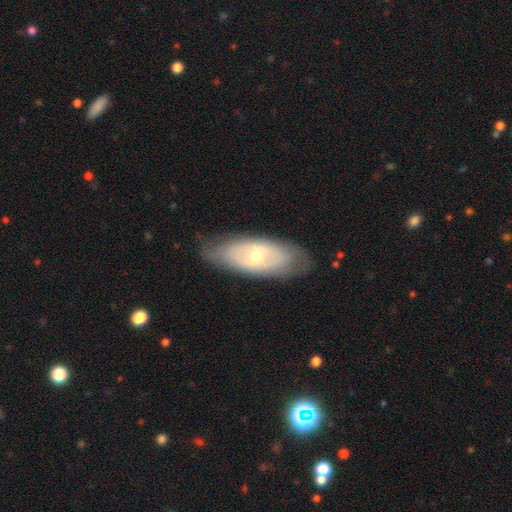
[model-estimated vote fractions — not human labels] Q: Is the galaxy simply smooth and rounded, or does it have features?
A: featured or disk — 60%.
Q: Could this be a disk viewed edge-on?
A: no — 84%.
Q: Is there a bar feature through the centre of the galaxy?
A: no — 55%.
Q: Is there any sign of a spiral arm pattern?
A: no — 57%.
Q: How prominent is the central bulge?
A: moderate — 48%.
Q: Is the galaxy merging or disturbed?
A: none — 77%.